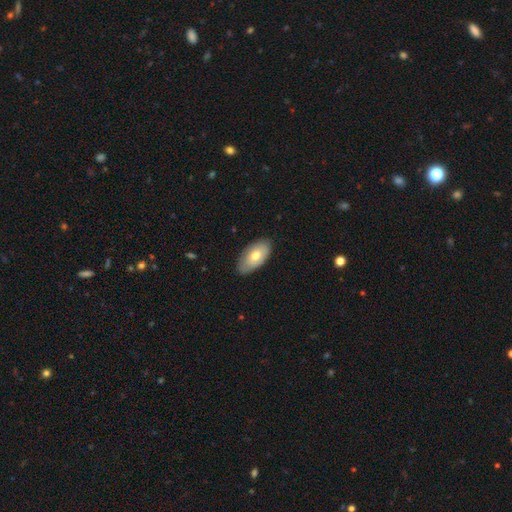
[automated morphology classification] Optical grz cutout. It shows a smooth galaxy with no disk features (65%) that is in between round and cigar-shaped (94%). Merging: none (79%).